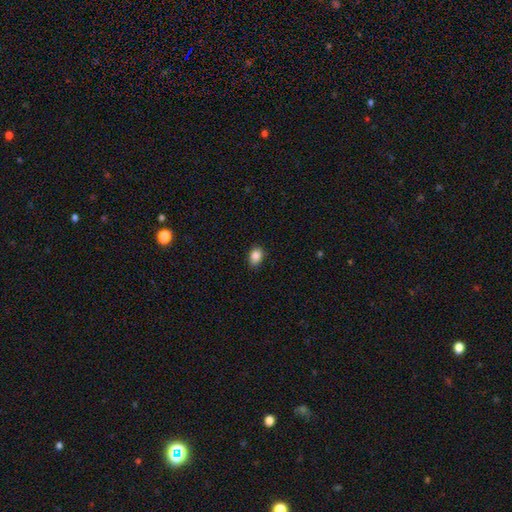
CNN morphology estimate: Smooth or featured: smooth — 87% (star or artifact — 9%)
How rounded: in between — 71% (round — 28%)
Merging: none — 85% (minor disturbance — 12%)